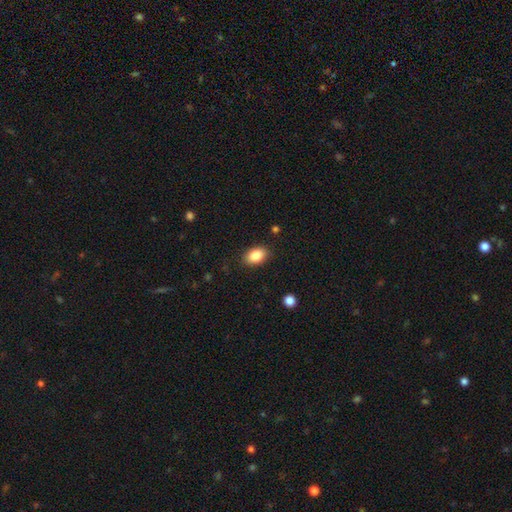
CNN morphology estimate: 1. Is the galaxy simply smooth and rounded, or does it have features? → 86% smooth, 8% star or artifact, 6% featured or disk.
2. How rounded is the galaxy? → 85% in between, 13% round, 1% cigar-shaped.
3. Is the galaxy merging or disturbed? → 87% none, 10% minor disturbance, 3% major disturbance, 1% merger.